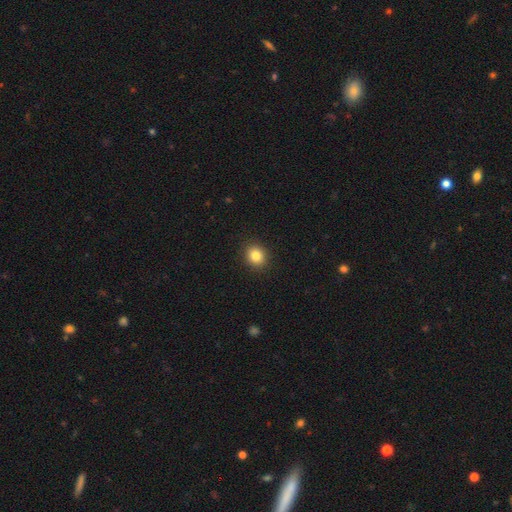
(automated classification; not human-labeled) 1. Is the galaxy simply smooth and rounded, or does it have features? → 84% smooth, 10% star or artifact, 5% featured or disk.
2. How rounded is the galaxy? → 77% round, 22% in between, 1% cigar-shaped.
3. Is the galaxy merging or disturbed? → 92% none, 6% minor disturbance, 2% major disturbance, 1% merger.